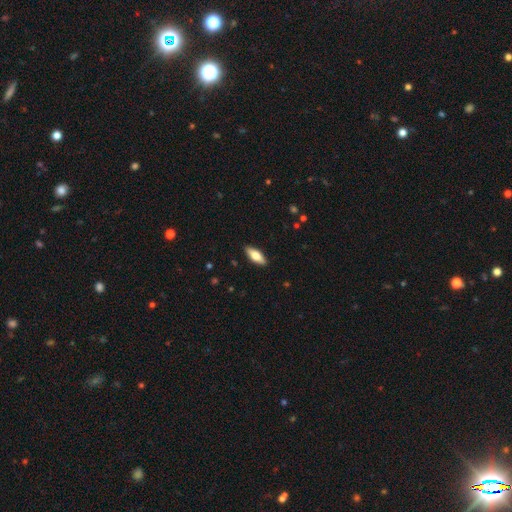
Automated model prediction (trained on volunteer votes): This appears to be a smooth galaxy with no disk features (69%) that is in between round and cigar-shaped (73%). Merging: none (89%).